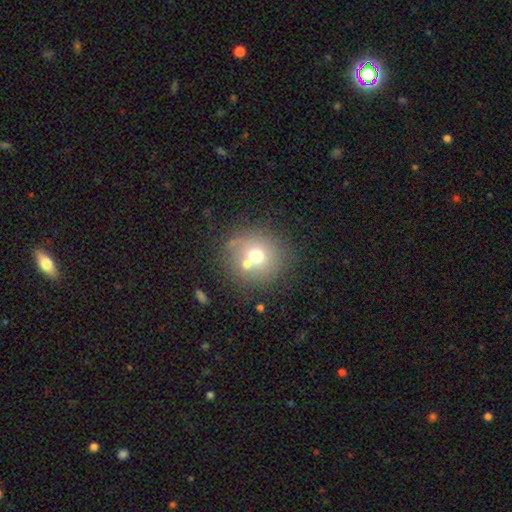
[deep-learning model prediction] Smooth or featured? Predicted: smooth (p=0.63). How rounded? Predicted: round (p=0.87). Merging? Predicted: none (p=0.54).